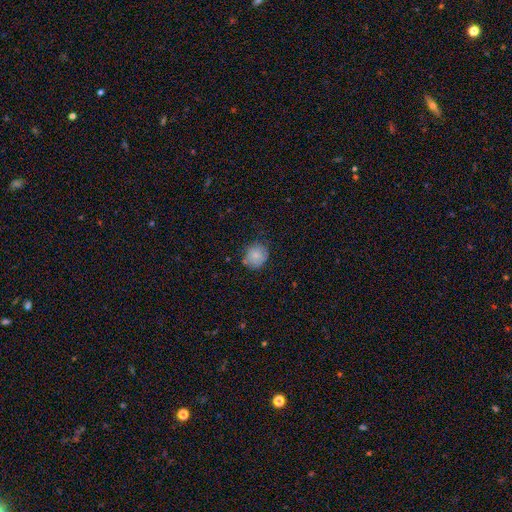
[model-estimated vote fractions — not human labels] smooth-or-featured: smooth: 78% | featured or disk: 14% | star or artifact: 8%
  how-rounded: round: 77% | in between: 22% | cigar-shaped: 1%
  merging: none: 67% | minor disturbance: 24% | major disturbance: 6% | merger: 3%